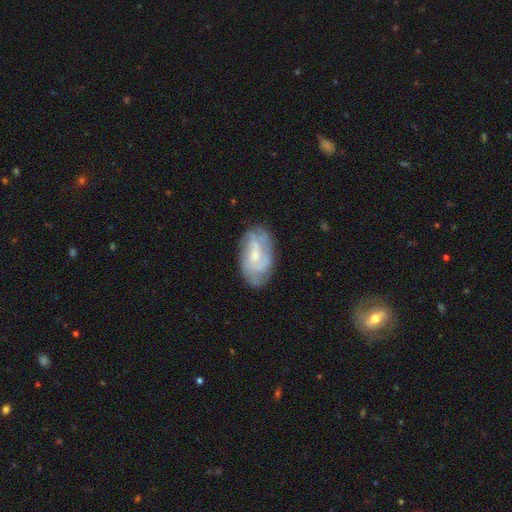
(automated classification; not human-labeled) Smooth or featured? featured or disk (72%)
Edge-on disk? no (96%)
Bar? no (51%)
Spiral arms? yes (85%)
Spiral winding? tight (48%)
Spiral arm count? can't tell (42%)
Bulge size? small (55%)
Merging? none (71%)